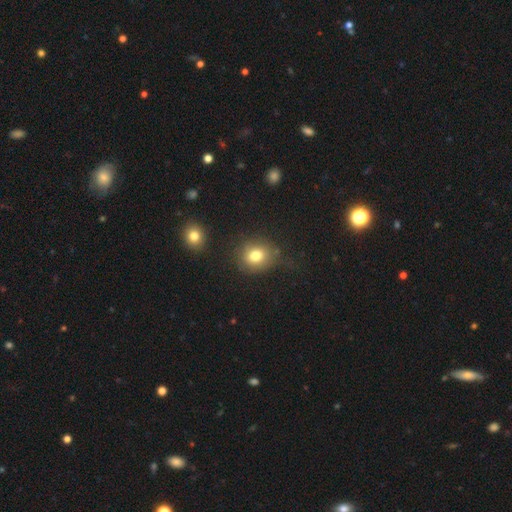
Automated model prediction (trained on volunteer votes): Smooth or featured: smooth — 79% (star or artifact — 12%)
How rounded: round — 68% (in between — 31%)
Merging: none — 75% (minor disturbance — 15%)